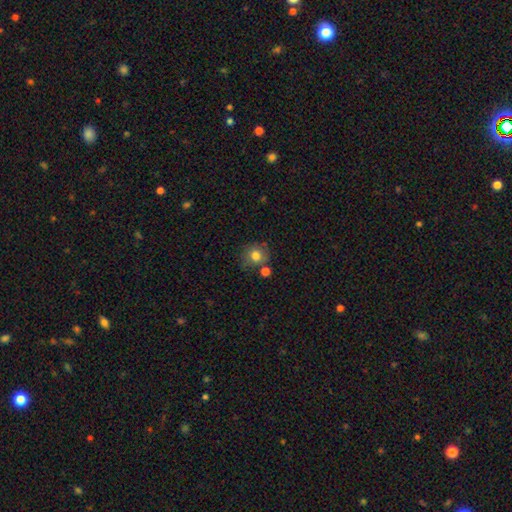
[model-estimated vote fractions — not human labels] Overall: smooth (78%). How rounded: round (82%). Merging: none (65%).